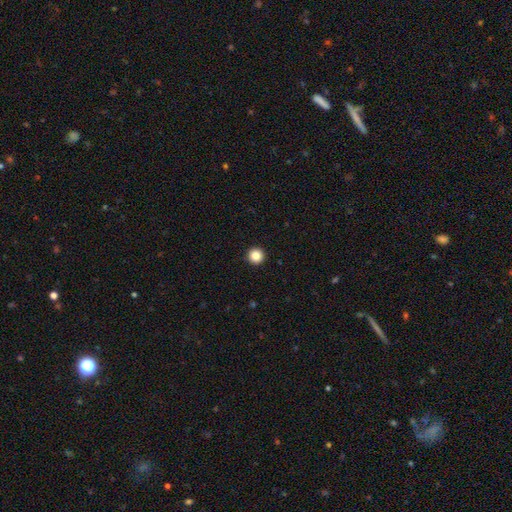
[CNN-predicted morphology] The model was most divided on "smooth or featured": smooth: 85%, star or artifact: 11%, featured or disk: 4%. More confident: how rounded — round (97%); merging — none (94%).